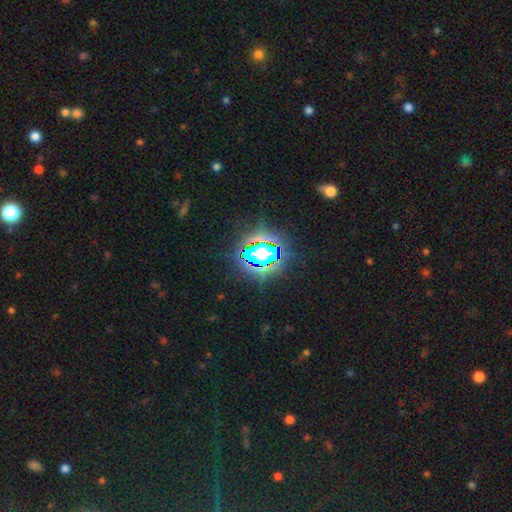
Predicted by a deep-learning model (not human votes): A star or artifact, not a galaxy (76%).